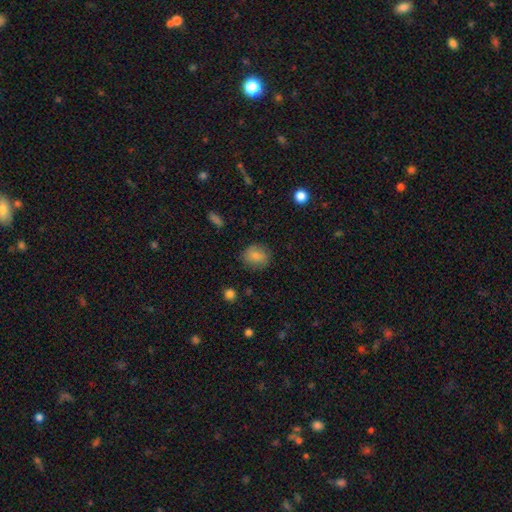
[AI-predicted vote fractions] Smooth or featured? smooth (81%)
How rounded? round (67%)
Merging? none (81%)